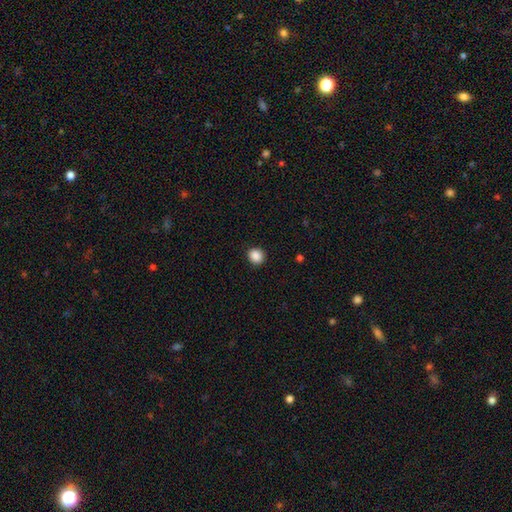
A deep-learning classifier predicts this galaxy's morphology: smooth_or_featured: smooth (p=0.88) [alt: star or artifact p=0.09]
how_rounded: round (p=0.84) [alt: in between p=0.15]
merging: none (p=0.91) [alt: minor disturbance p=0.06]